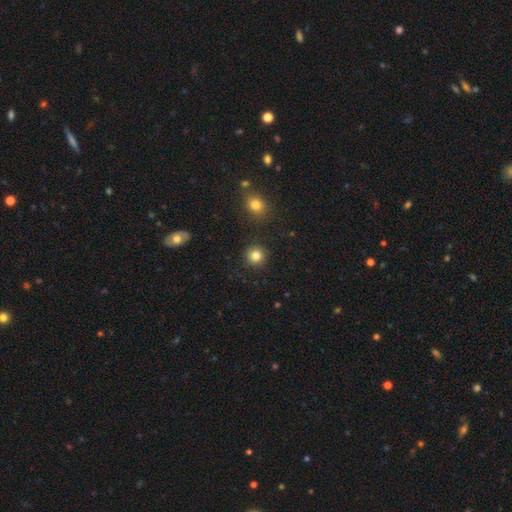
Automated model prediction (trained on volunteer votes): Smooth or featured? Predicted: smooth (p=0.83). How rounded? Predicted: round (p=0.93). Merging? Predicted: none (p=0.90).